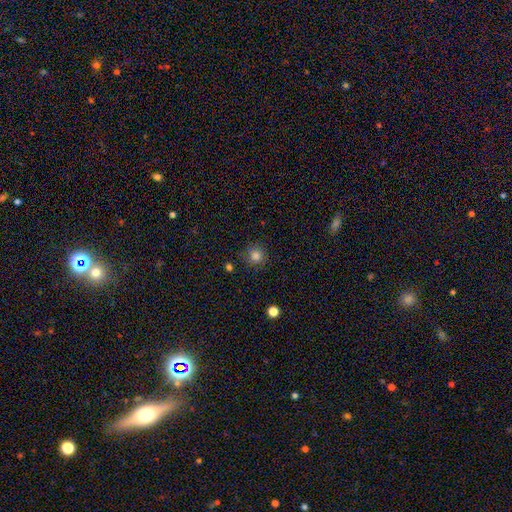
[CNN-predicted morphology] smooth-or-featured: smooth: 83% | star or artifact: 12% | featured or disk: 5%
  how-rounded: round: 93% | in between: 6% | cigar-shaped: 1%
  merging: none: 87% | minor disturbance: 9% | major disturbance: 3% | merger: 2%